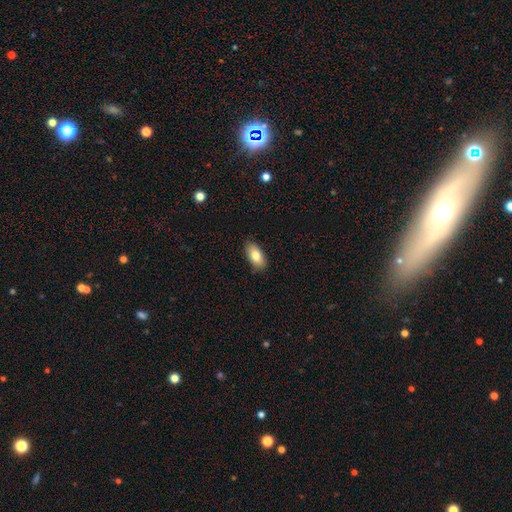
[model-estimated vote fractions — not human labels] This appears to be a smooth galaxy with no disk features (82%) that is in between round and cigar-shaped (92%). Merging: none (86%).